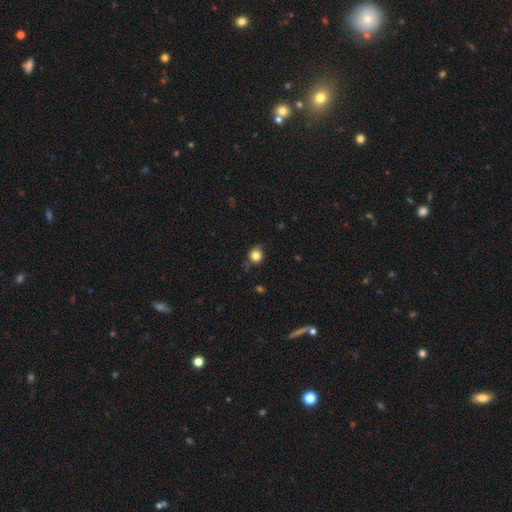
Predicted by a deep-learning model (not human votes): This is likely a smooth galaxy (80%). How rounded: likely round (75%). Merging: likely none (70%).